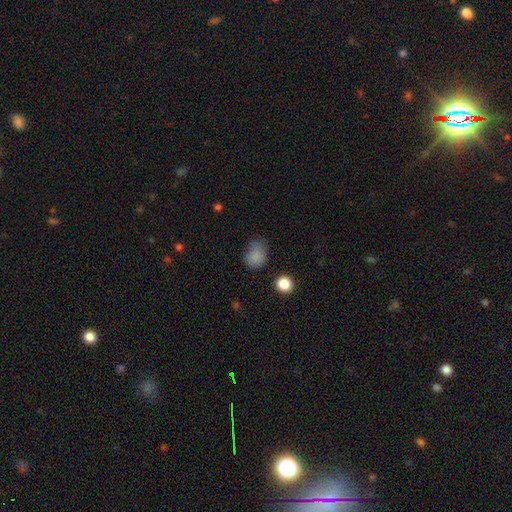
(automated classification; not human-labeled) smooth_or_featured: smooth (p=0.82) [alt: star or artifact p=0.12]
how_rounded: in between (p=0.57) [alt: round p=0.42]
merging: none (p=0.54) [alt: minor disturbance p=0.33]